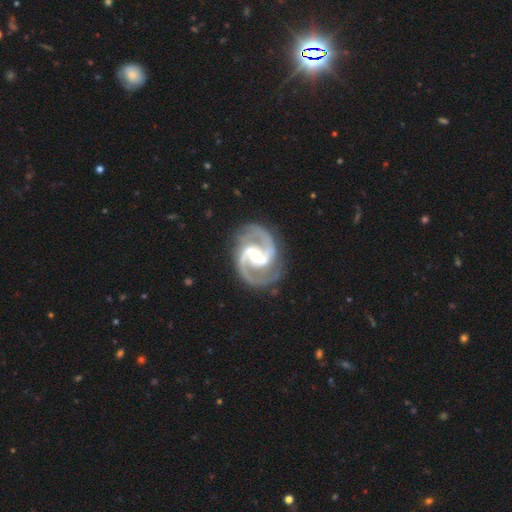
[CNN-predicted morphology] smooth_or_featured: featured or disk (p=0.94) [alt: star or artifact p=0.04]
disk_edge_on: no (p=0.98) [alt: yes p=0.02]
bar: weak (p=0.42) [alt: strong p=0.40]
has_spiral_arms: yes (p=0.99) [alt: no p=0.01]
spiral_winding: medium (p=0.66) [alt: tight p=0.21]
spiral_arm_count: 2 (p=0.93) [alt: 3 p=0.02]
bulge_size: moderate (p=0.63) [alt: small p=0.30]
merging: none (p=0.82) [alt: minor disturbance p=0.12]